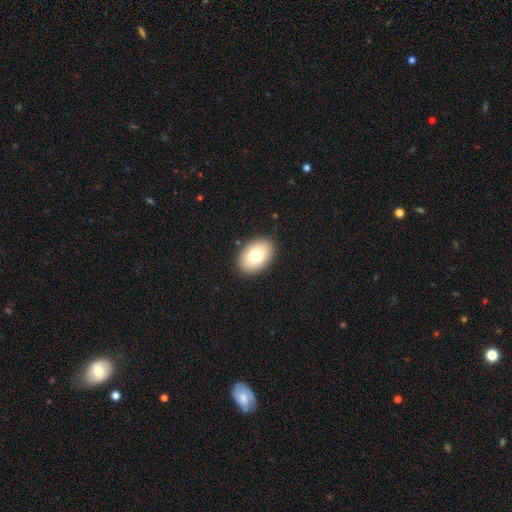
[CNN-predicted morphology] A smooth galaxy with no disk features (76%) that is in between round and cigar-shaped (82%). Merging: none (89%).